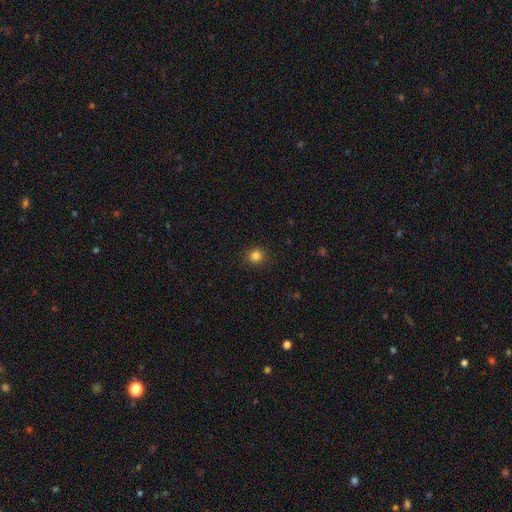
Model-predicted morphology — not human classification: type=smooth (83%); roundness=round (91%); merging=none (91%).